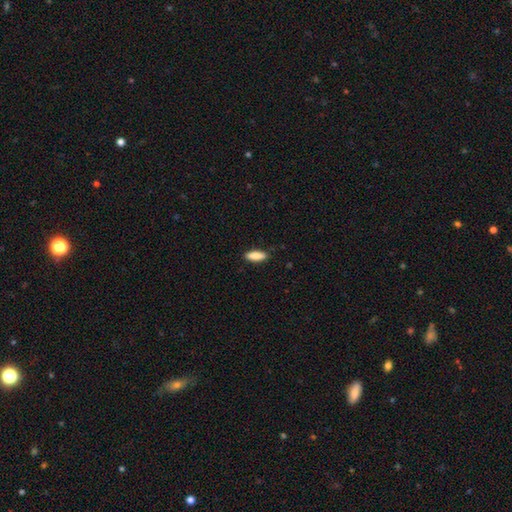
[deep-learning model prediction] Smooth or featured?
  - smooth: 85% *
  - featured or disk: 9%
  - star or artifact: 6%
How rounded?
  - in between: 62% *
  - cigar-shaped: 36%
  - round: 2%
Merging?
  - none: 88% *
  - minor disturbance: 9%
  - major disturbance: 2%
  - merger: 1%